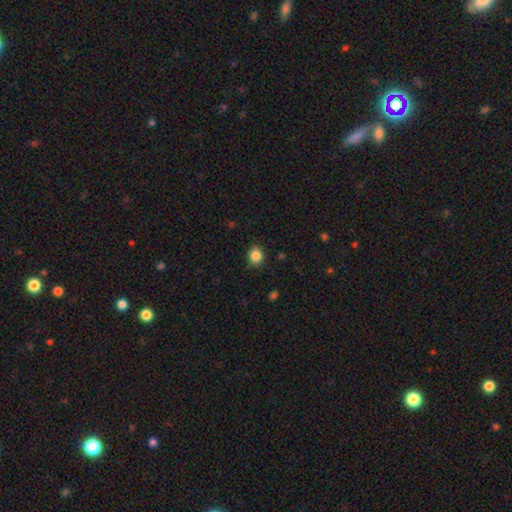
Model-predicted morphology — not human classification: A smooth galaxy with no disk features (86%) that is round (70%).

Vote fractions:
- Smooth or featured? smooth: 86% / star or artifact: 10% / featured or disk: 4%
- How rounded? round: 70% / in between: 29% / cigar-shaped: 1%
- Merging? none: 86% / minor disturbance: 10% / major disturbance: 2% / merger: 1%